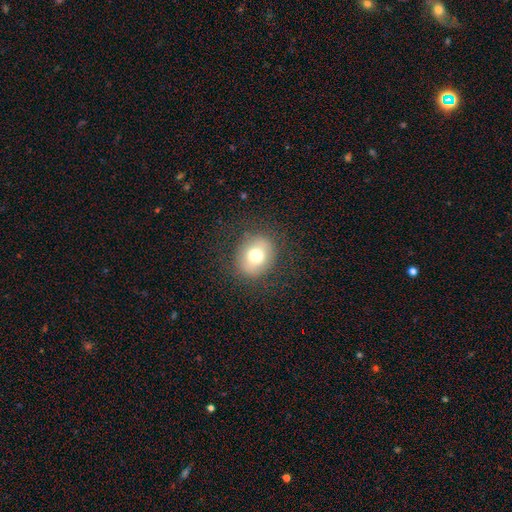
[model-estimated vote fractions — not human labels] The model was most divided on "how rounded": round: 70%, in between: 29%, cigar-shaped: 1%. More confident: merging — none (83%); smooth or featured — smooth (71%).